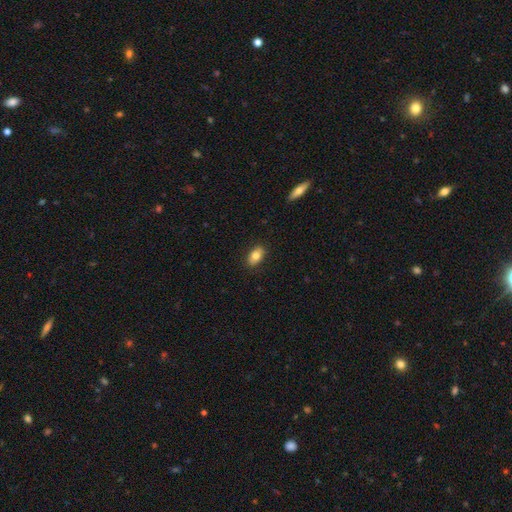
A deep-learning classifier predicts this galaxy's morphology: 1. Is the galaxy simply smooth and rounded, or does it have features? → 79% smooth, 14% featured or disk, 7% star or artifact.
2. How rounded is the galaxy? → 88% in between, 7% round, 4% cigar-shaped.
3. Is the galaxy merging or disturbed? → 88% none, 9% minor disturbance, 2% major disturbance, 1% merger.